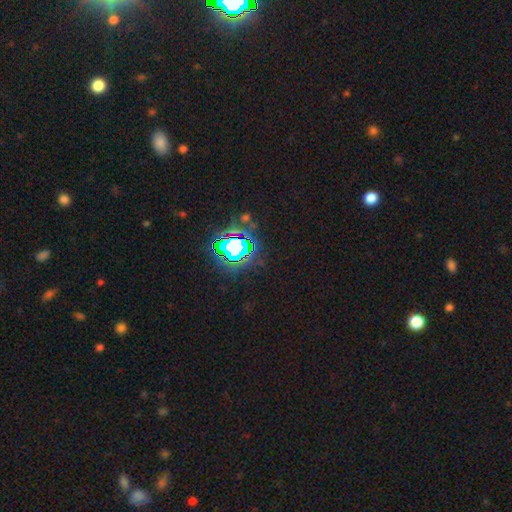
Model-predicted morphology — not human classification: Smooth or featured? Predicted: star or artifact (p=0.82).